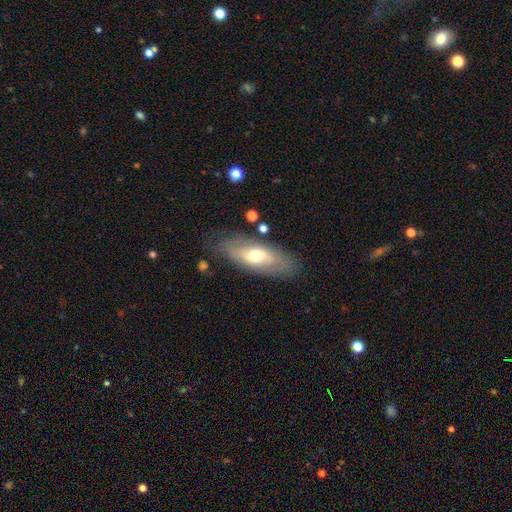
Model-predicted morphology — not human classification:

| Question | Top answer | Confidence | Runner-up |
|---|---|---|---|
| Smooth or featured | featured or disk | 51% | smooth (43%) |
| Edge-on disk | no | 78% | yes (22%) |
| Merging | none | 76% | minor disturbance (16%) |